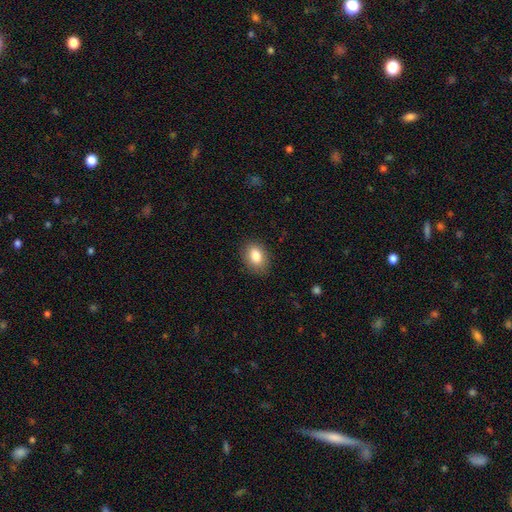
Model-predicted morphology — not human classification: Smooth or featured?
  - smooth: 84% *
  - star or artifact: 8%
  - featured or disk: 8%
How rounded?
  - in between: 81% *
  - round: 18%
  - cigar-shaped: 1%
Merging?
  - none: 86% *
  - minor disturbance: 10%
  - major disturbance: 3%
  - merger: 1%